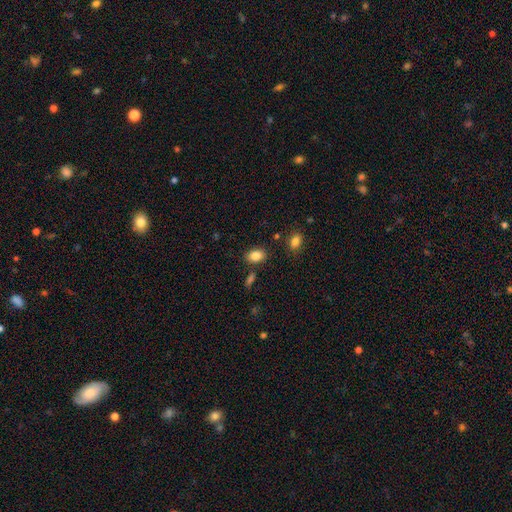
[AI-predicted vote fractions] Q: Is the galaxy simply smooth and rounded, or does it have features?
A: smooth — 85%.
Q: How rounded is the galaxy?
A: in between — 80%.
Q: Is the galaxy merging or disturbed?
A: none — 82%.